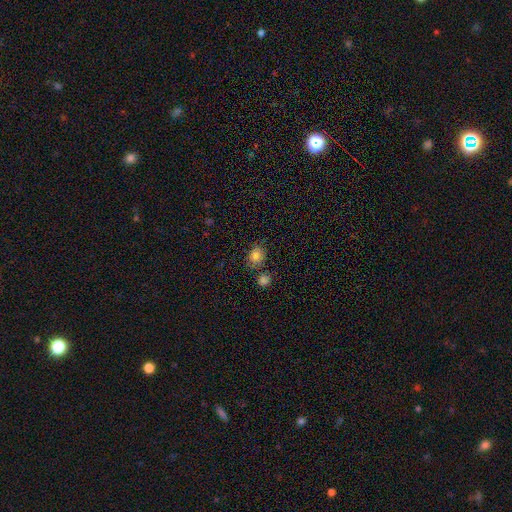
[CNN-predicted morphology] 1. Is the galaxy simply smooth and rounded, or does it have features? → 81% smooth, 11% star or artifact, 8% featured or disk.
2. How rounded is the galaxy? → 58% round, 41% in between, 1% cigar-shaped.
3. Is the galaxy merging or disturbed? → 70% none, 15% minor disturbance, 11% merger, 4% major disturbance.